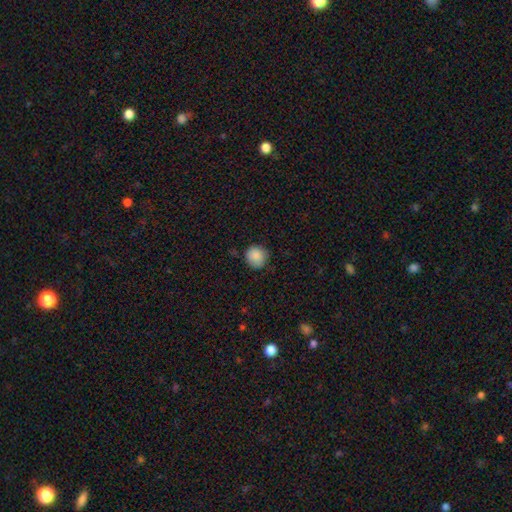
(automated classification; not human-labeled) This appears to be a smooth galaxy with no disk features (87%) that is round (90%). Merging: none (82%).